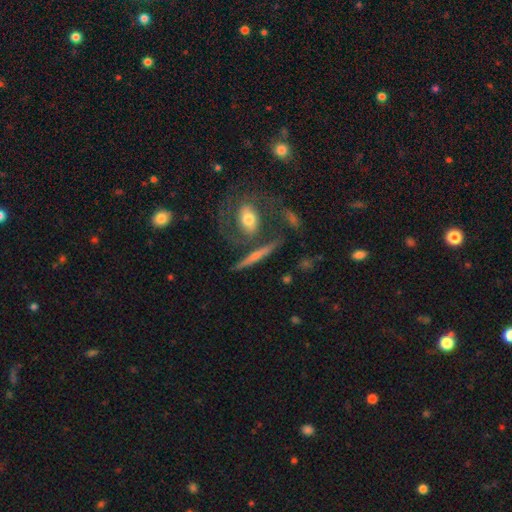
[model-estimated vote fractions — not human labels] featured or disk 57%, smooth 35%, star or artifact 8%. Down the decision tree: edge-on disk — yes (76%); merging — none (66%).